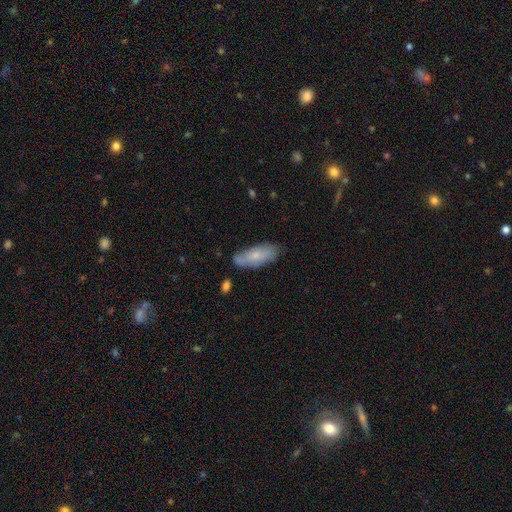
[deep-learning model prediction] Smooth or featured? smooth (66%)
How rounded? in between (72%)
Merging? none (72%)